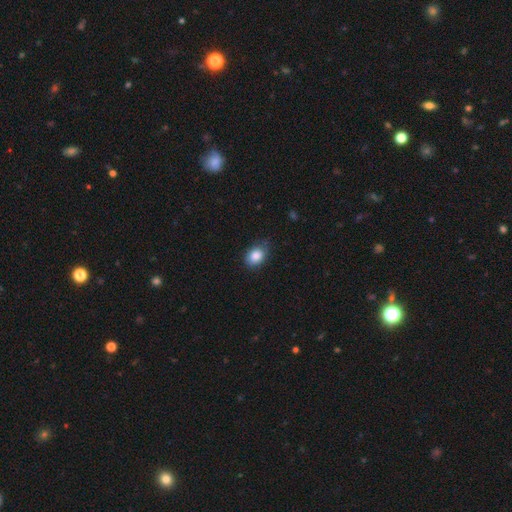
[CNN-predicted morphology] A smooth galaxy with no disk features (85%) that is in between round and cigar-shaped (72%). Merging: none (71%).